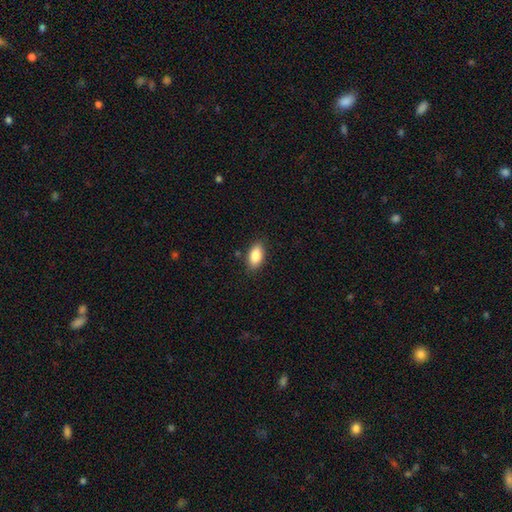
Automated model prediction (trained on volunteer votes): Overall: smooth (86%). How rounded: in between (91%). Merging: none (86%).